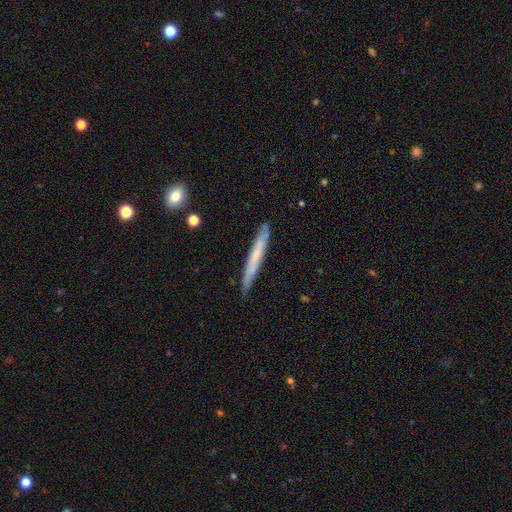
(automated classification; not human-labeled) This appears to be a smooth galaxy with no disk features (49%). Merging: none (83%).